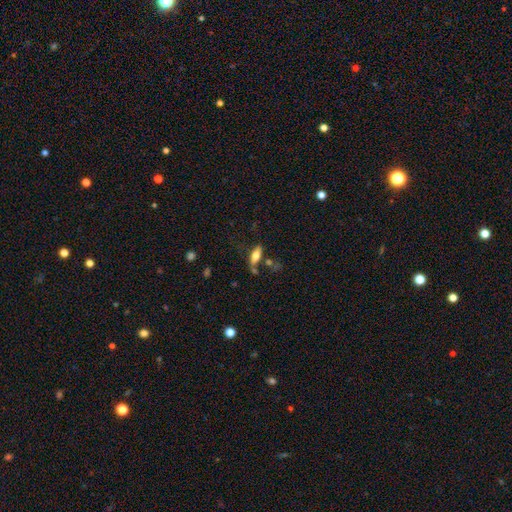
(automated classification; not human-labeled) Smooth or featured: smooth — 61% (featured or disk — 31%)
How rounded: in between — 70% (cigar-shaped — 27%)
Merging: none — 56% (minor disturbance — 20%)